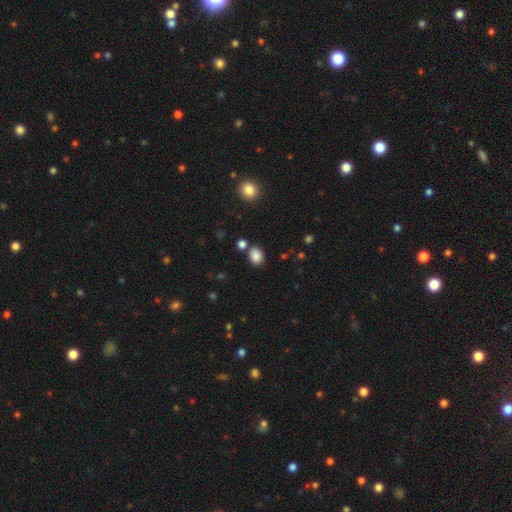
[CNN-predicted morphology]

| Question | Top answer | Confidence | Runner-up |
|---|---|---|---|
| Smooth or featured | smooth | 86% | star or artifact (10%) |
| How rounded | in between | 50% | round (49%) |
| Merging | none | 76% | minor disturbance (11%) |